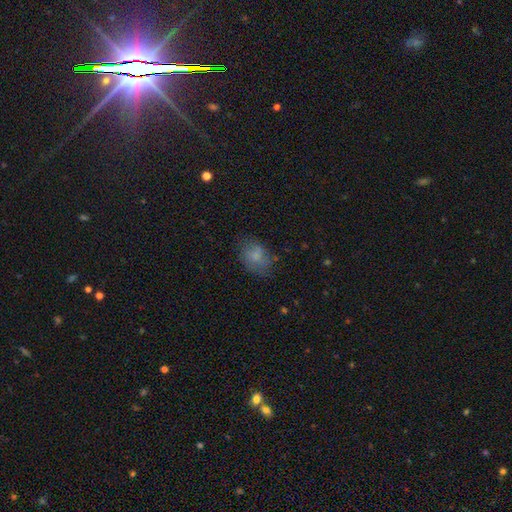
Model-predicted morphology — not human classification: Smooth or featured? Predicted: smooth (p=0.71). How rounded? Predicted: in between (p=0.65). Merging? Predicted: none (p=0.60).